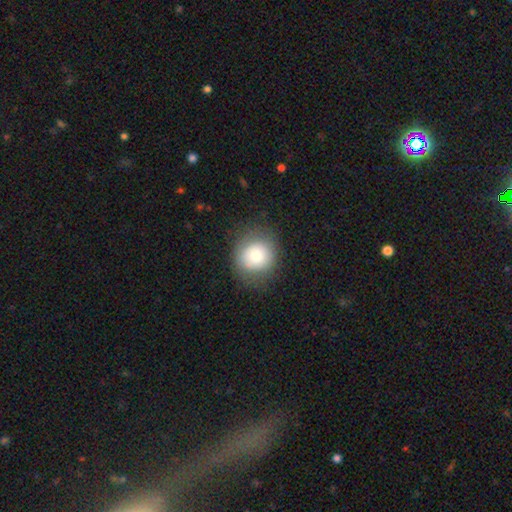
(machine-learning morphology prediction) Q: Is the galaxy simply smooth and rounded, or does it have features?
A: smooth — 78%.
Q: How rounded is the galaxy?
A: round — 82%.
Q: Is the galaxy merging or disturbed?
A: none — 79%.